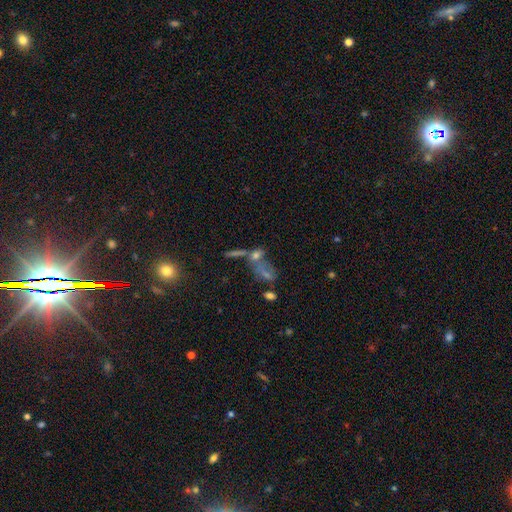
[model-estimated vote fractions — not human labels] This is marginally a featured or disk galaxy (38%). Merging: marginally merger (42%).